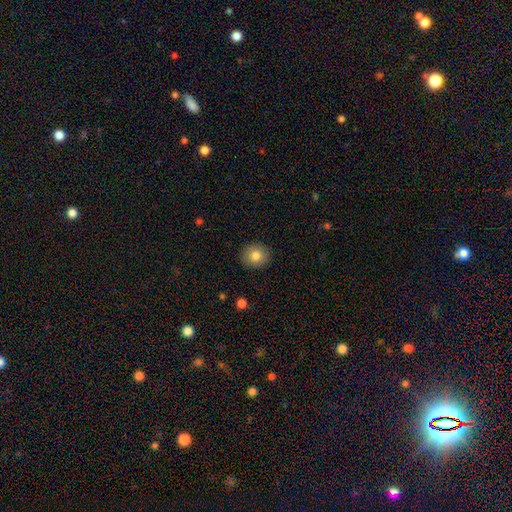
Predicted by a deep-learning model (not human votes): This appears to be a smooth galaxy with no disk features (82%) that is round (76%). Merging: none (90%).